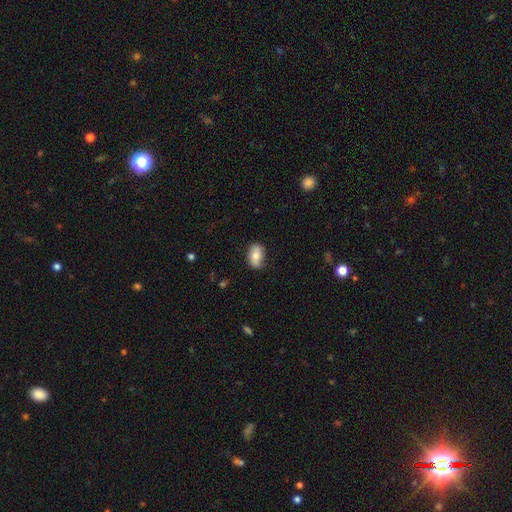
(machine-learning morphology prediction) smooth_or_featured: smooth (p=0.70) [alt: featured or disk p=0.23]
how_rounded: in between (p=0.87) [alt: round p=0.11]
merging: none (p=0.78) [alt: minor disturbance p=0.17]